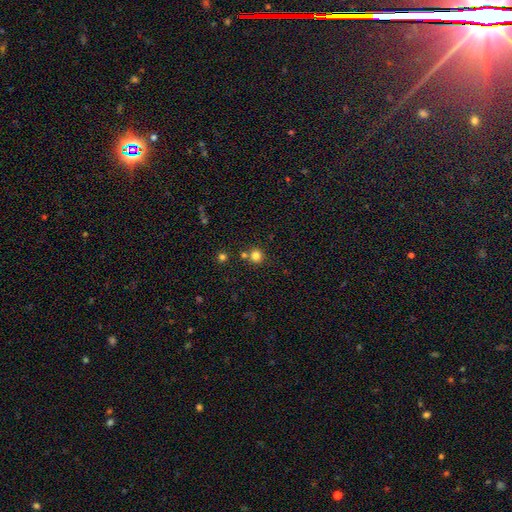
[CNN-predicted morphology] A smooth galaxy with no disk features (81%) that is round (92%). Merging: none (73%).